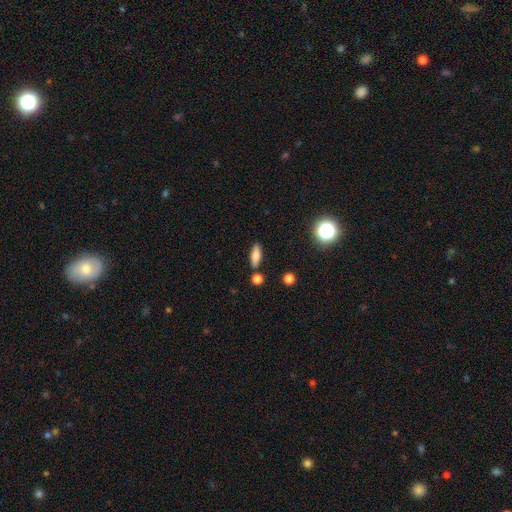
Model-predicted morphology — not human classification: This appears to be a smooth galaxy with no disk features (75%) that is in between round and cigar-shaped (63%). Merging: none (81%).